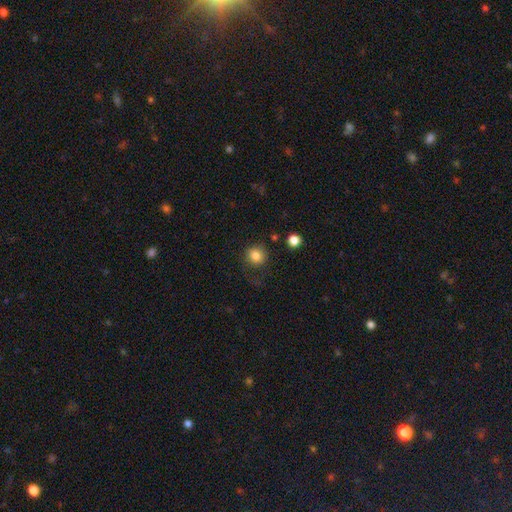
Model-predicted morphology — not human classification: This is clearly a smooth galaxy (84%). How rounded: clearly round (87%). Merging: likely none (77%).